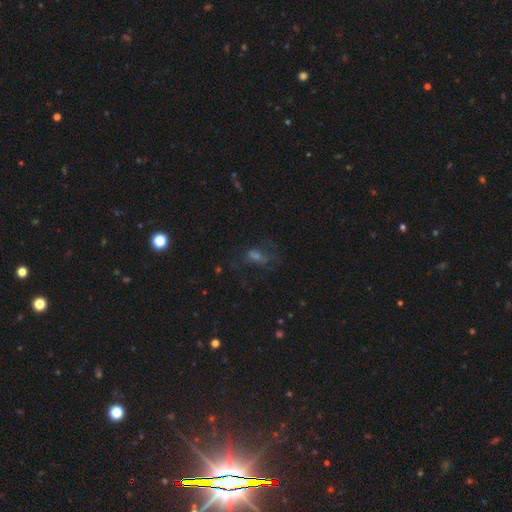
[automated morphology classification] This appears to be a smooth galaxy with no disk features (35%). Merging: none (50%).